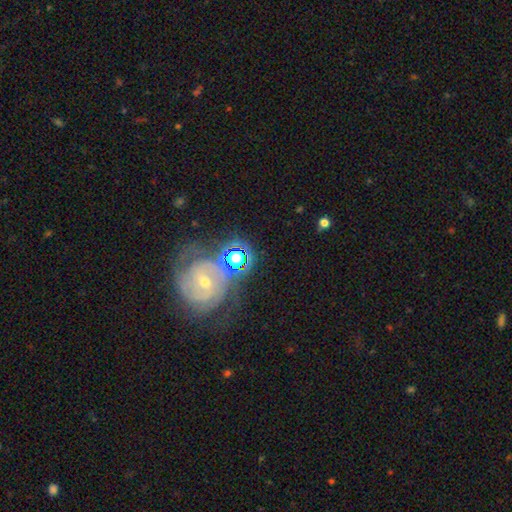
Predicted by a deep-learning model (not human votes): Overall: featured or disk (58%; star or artifact 23%). Edge-on disk: no (96%). Bar: no (51%; weak 32%). Spiral arms: yes (90%). Spiral arm count: 2 (32%; 3 24%). Spiral winding: tight (67%). Bulge size: small (61%; moderate 34%). Merging: none (68%).